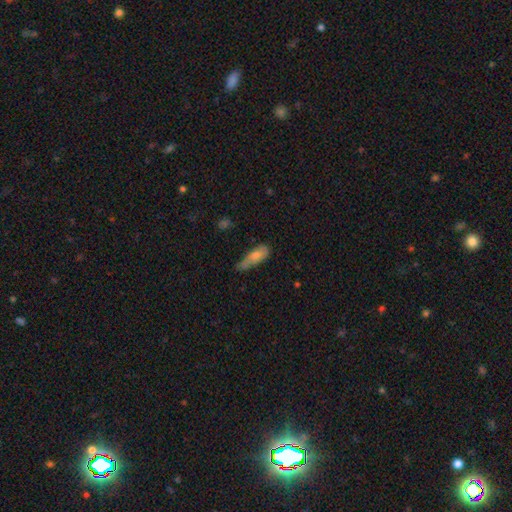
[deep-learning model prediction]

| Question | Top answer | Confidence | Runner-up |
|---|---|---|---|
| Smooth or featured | smooth | 76% | featured or disk (17%) |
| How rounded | in between | 61% | cigar-shaped (36%) |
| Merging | minor disturbance | 39% | none (35%) |